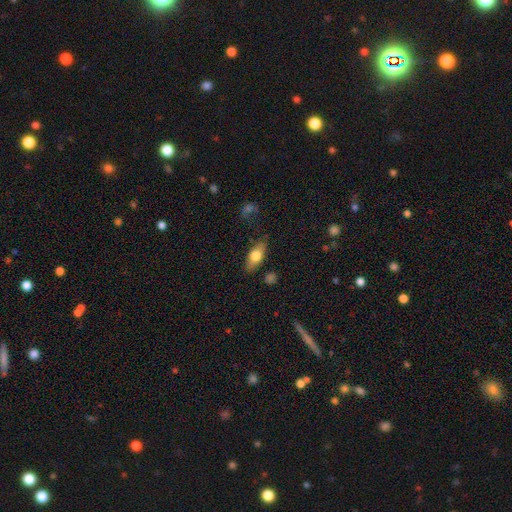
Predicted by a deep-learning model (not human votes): Smooth or featured?
  - smooth: 69% *
  - featured or disk: 24%
  - star or artifact: 7%
How rounded?
  - in between: 78% *
  - cigar-shaped: 17%
  - round: 5%
Merging?
  - none: 82% *
  - minor disturbance: 13%
  - major disturbance: 3%
  - merger: 2%